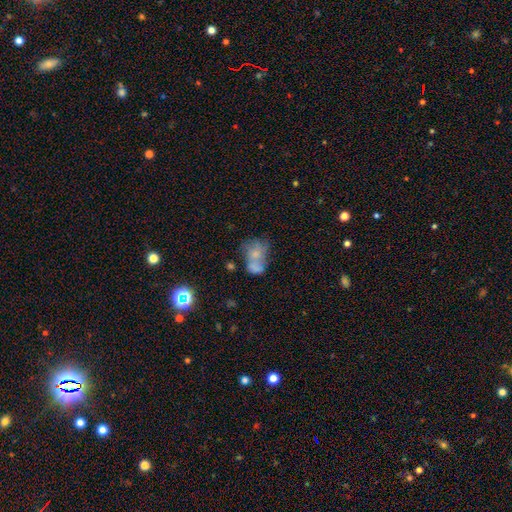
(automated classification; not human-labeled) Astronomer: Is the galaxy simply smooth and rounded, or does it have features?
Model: smooth — 52% (runner-up: featured or disk, 34%).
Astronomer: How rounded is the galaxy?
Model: in between — 59% (runner-up: round, 40%).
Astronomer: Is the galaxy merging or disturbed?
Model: merger — 48% (runner-up: none, 24%).